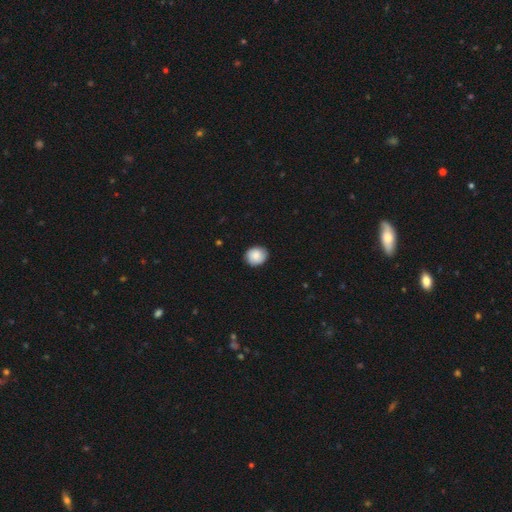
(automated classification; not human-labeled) This is clearly a smooth galaxy (85%). How rounded: likely round (77%). Merging: clearly none (86%).